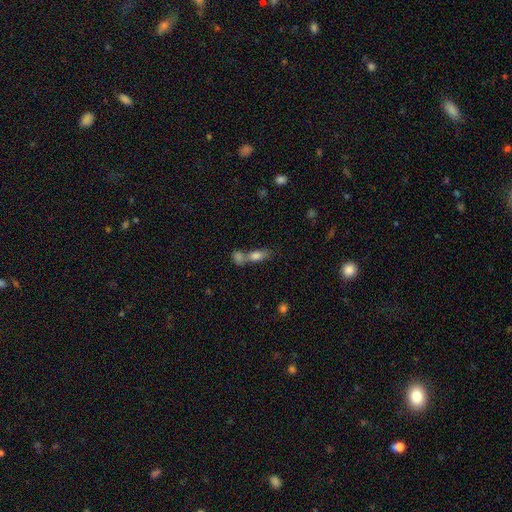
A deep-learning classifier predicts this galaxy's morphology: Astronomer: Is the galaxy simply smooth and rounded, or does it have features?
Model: smooth — 77%.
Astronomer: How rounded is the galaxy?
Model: in between — 76%.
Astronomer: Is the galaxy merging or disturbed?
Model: merger — 52% (runner-up: none, 36%).